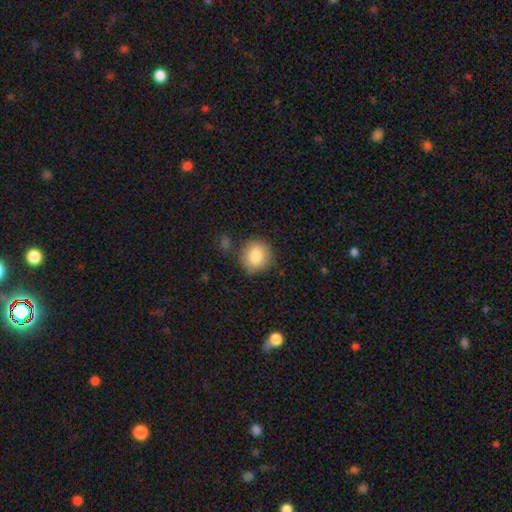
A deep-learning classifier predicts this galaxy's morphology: Smooth or featured: smooth — 83% (featured or disk — 8%)
How rounded: round — 87% (in between — 12%)
Merging: none — 78% (minor disturbance — 14%)